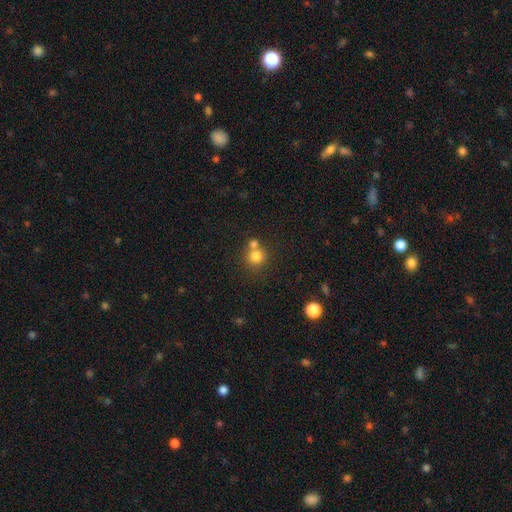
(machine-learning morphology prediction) smooth-or-featured: smooth: 78% | star or artifact: 13% | featured or disk: 9%
  how-rounded: round: 89% | in between: 10% | cigar-shaped: 1%
  merging: none: 52% | merger: 37% | minor disturbance: 7% | major disturbance: 3%